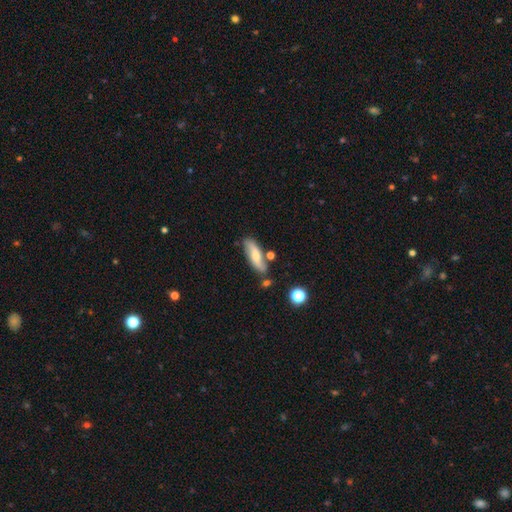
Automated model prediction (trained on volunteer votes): Q: Smooth or featured?
A: smooth (55%); runner-up: featured or disk (38%)
Q: How rounded?
A: in between (50%); runner-up: cigar-shaped (47%)
Q: Merging?
A: none (72%); runner-up: minor disturbance (17%)